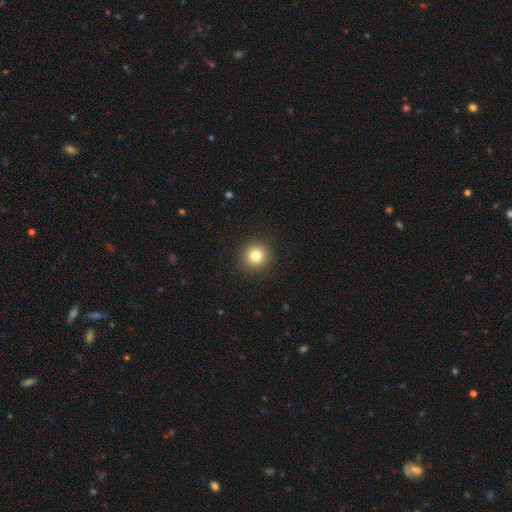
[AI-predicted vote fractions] smooth_or_featured: smooth (p=0.81) [alt: star or artifact p=0.12]
how_rounded: round (p=0.94) [alt: in between p=0.05]
merging: none (p=0.92) [alt: minor disturbance p=0.05]